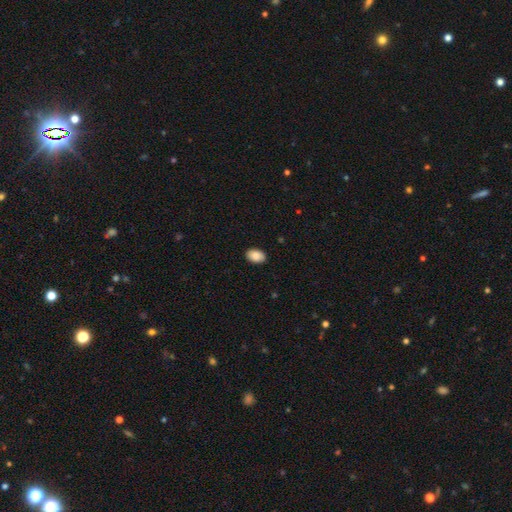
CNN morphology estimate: type=smooth (89%); roundness=in between (89%); merging=none (90%).